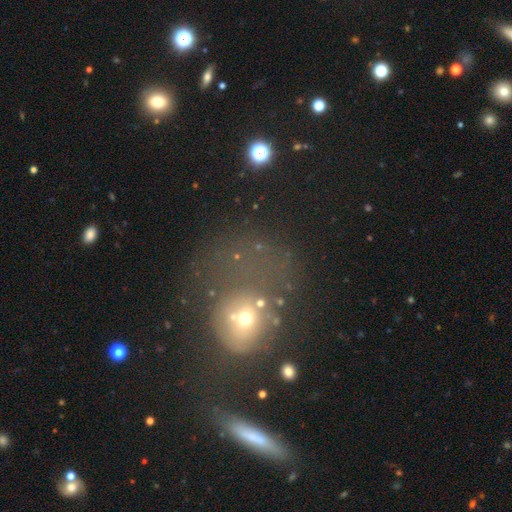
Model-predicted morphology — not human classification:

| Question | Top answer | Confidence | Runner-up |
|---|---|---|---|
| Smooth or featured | smooth | 43% | featured or disk (31%) |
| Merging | none | 32% | major disturbance (29%) |